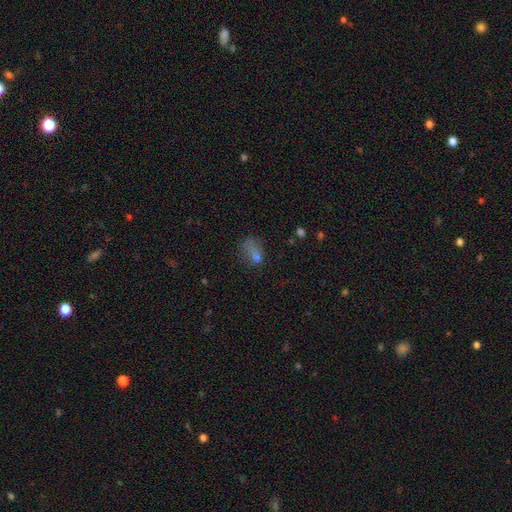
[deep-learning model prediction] A smooth galaxy with no disk features (58%) that is in between round and cigar-shaped (69%). Merging: none (36%).